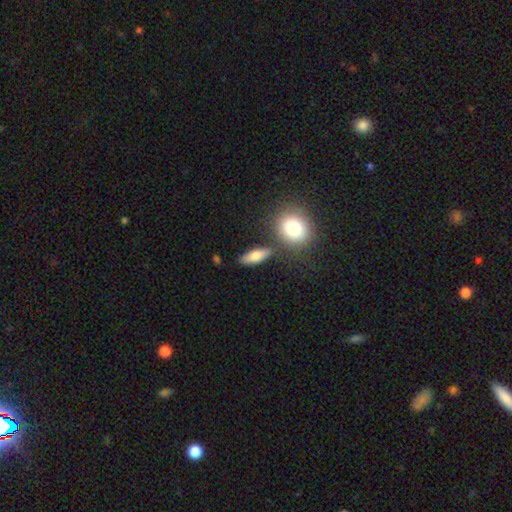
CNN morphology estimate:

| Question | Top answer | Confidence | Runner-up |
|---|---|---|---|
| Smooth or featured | smooth | 77% | featured or disk (15%) |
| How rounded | in between | 65% | cigar-shaped (27%) |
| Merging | none | 76% | minor disturbance (12%) |